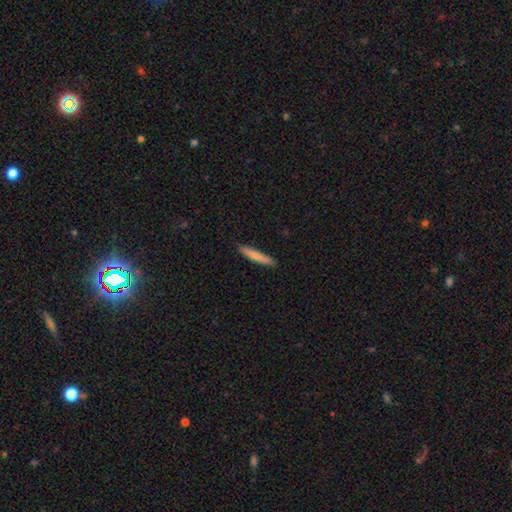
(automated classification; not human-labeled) This is likely a smooth galaxy (77%). How rounded: clearly cigar-shaped (94%). Merging: clearly none (90%).